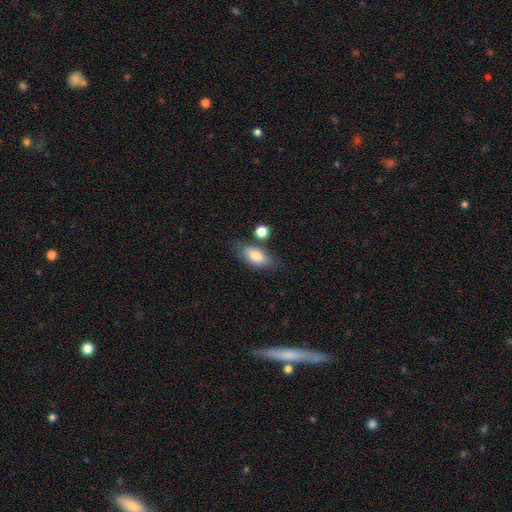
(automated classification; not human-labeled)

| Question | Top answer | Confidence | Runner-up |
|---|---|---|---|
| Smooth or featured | smooth | 78% | featured or disk (15%) |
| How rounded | in between | 84% | cigar-shaped (11%) |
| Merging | none | 65% | minor disturbance (19%) |